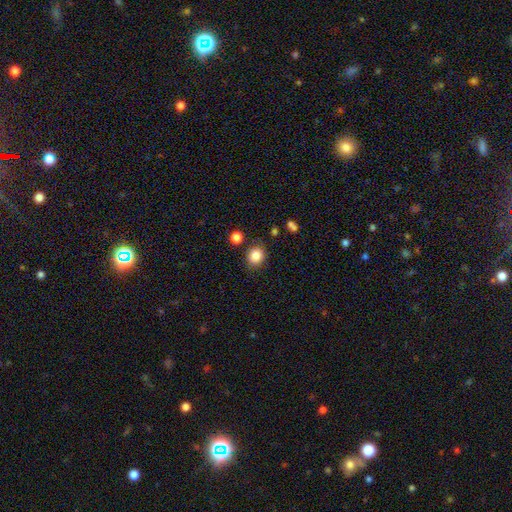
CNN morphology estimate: A smooth galaxy with no disk features (85%) that is round (76%). Merging: none (81%).